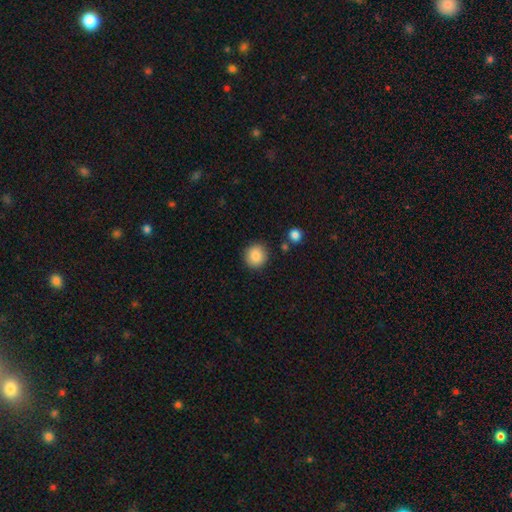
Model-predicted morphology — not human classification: This appears to be a smooth galaxy with no disk features (88%) that is round (89%). Merging: none (88%).